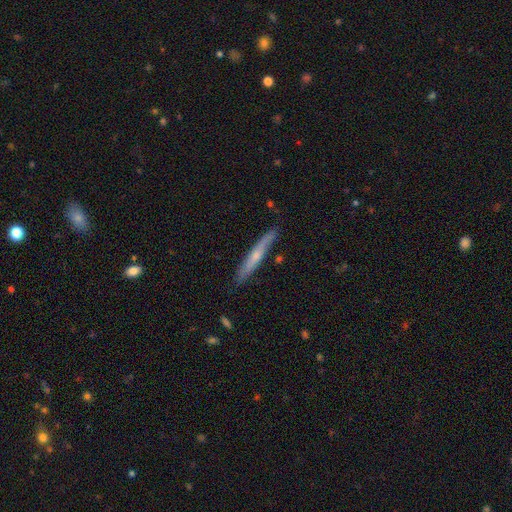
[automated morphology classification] Smooth or featured? featured or disk (48%)
Merging? none (84%)